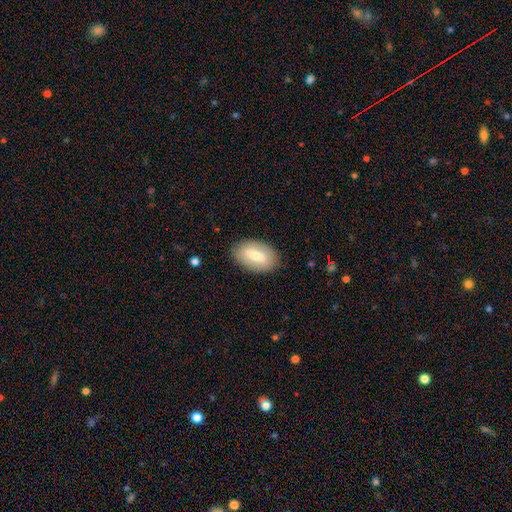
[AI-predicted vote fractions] This appears to be a smooth galaxy with no disk features (59%) that is in between round and cigar-shaped (92%). Merging: none (84%).